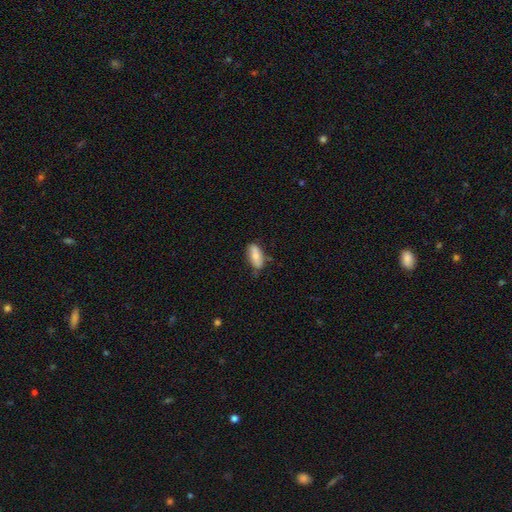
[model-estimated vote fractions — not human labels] Smooth or featured? smooth (71%)
How rounded? in between (84%)
Merging? none (63%)